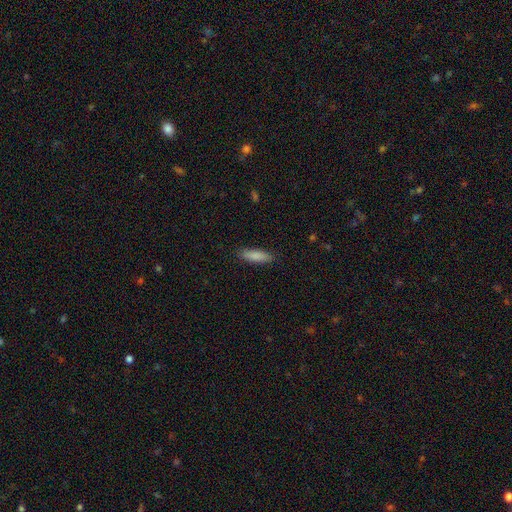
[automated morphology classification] Smooth or featured? smooth (86%)
How rounded? cigar-shaped (55%)
Merging? none (87%)